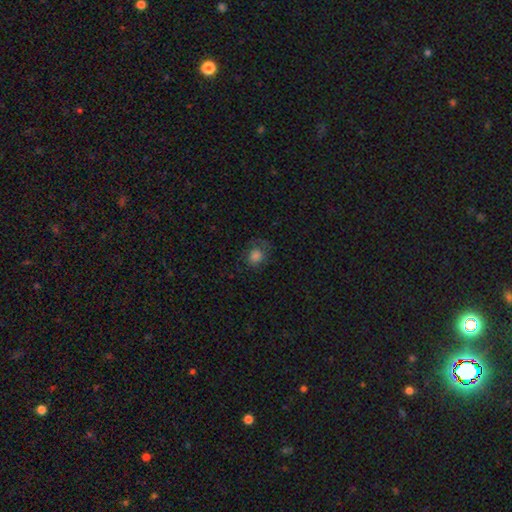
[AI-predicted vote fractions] Q: Smooth or featured?
A: smooth (76%); runner-up: star or artifact (14%)
Q: How rounded?
A: round (74%); runner-up: in between (25%)
Q: Merging?
A: none (64%); runner-up: minor disturbance (21%)